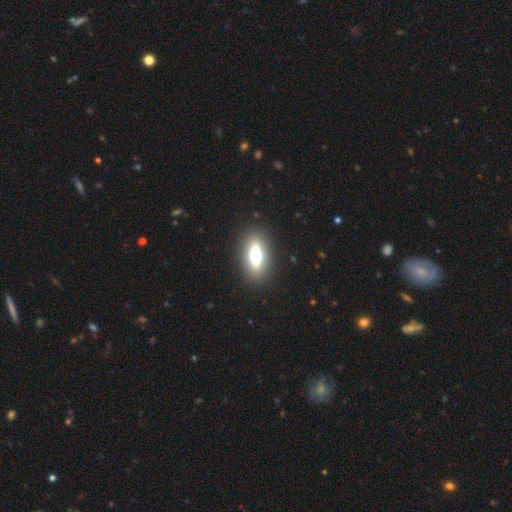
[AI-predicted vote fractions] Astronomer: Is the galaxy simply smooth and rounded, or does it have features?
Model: smooth — 52% (runner-up: featured or disk, 37%).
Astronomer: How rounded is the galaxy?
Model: in between — 67%.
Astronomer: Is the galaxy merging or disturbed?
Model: none — 87%.